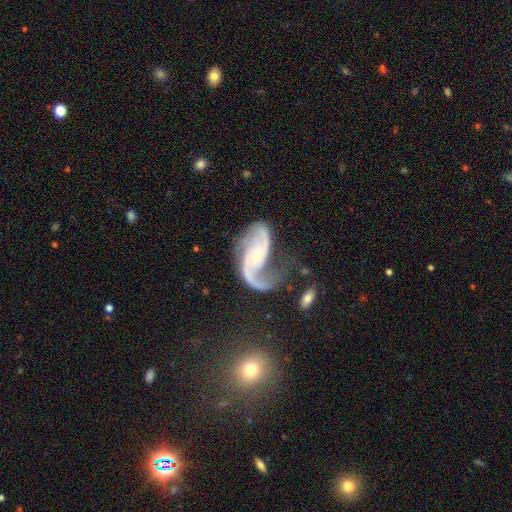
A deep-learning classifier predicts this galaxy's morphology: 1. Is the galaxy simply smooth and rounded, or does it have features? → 91% featured or disk, 5% star or artifact, 4% smooth.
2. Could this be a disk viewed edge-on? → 97% no, 3% yes.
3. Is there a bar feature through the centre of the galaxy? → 53% no, 35% weak, 12% strong.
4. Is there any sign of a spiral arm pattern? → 97% yes, 3% no.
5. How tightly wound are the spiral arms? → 52% loose, 38% medium, 10% tight.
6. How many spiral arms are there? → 83% 2, 7% 1, 4% 3, 4% can't tell, 2% 4, 2% more than 4.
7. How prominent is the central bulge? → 57% small, 37% moderate, 3% none, 2% large, 1% dominant.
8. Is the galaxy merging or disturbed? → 50% none, 24% major disturbance, 20% minor disturbance, 5% merger.